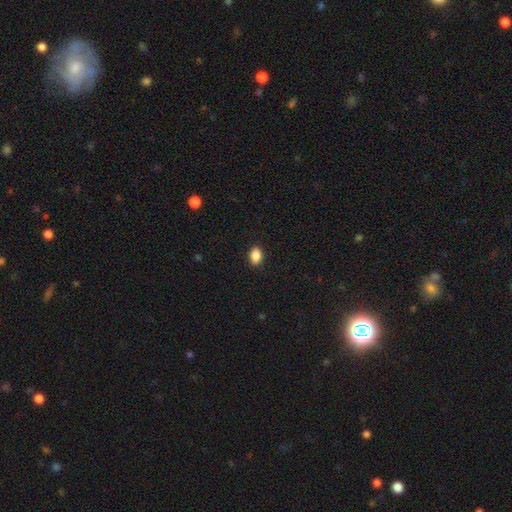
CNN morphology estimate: The model was most divided on "how rounded": in between: 85%, round: 13%, cigar-shaped: 2%. More confident: merging — none (90%); smooth or featured — smooth (88%).